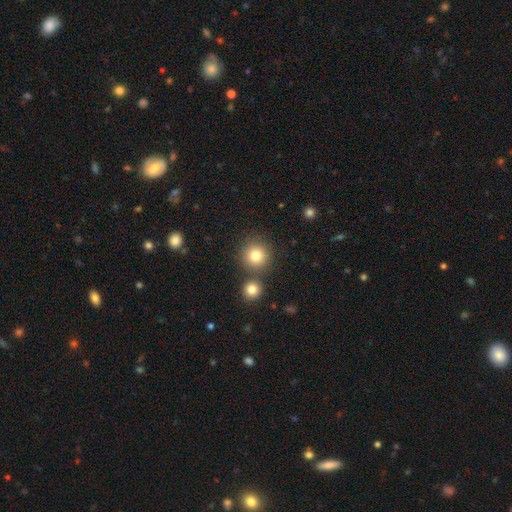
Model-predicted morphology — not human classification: Smooth or featured? Predicted: smooth (p=0.81). How rounded? Predicted: round (p=0.93). Merging? Predicted: none (p=0.76).